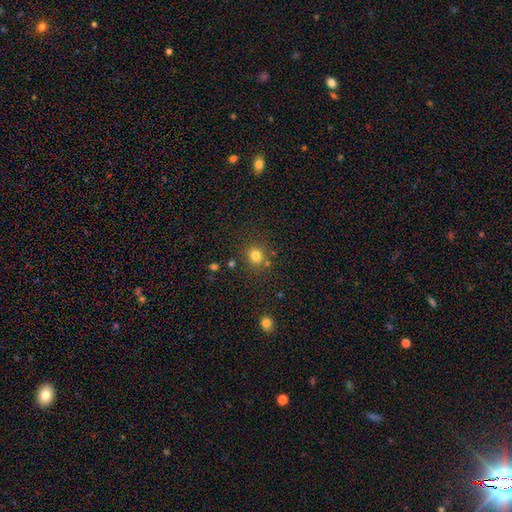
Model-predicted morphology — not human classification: smooth-or-featured: smooth: 81% | star or artifact: 14% | featured or disk: 6%
  how-rounded: round: 83% | in between: 17% | cigar-shaped: 1%
  merging: none: 78% | minor disturbance: 10% | merger: 8% | major disturbance: 4%